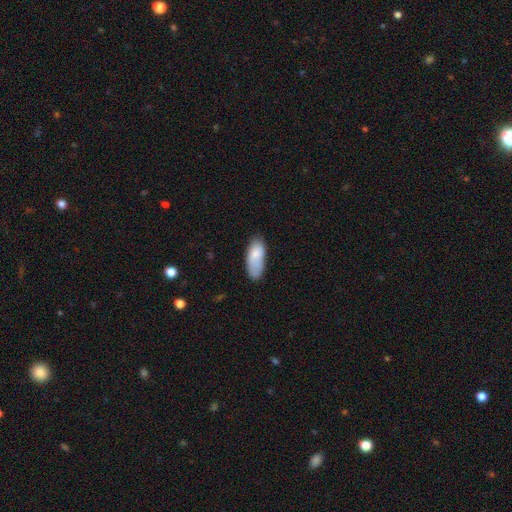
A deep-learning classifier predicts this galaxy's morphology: Smooth or featured? Predicted: smooth (p=0.80). How rounded? Predicted: in between (p=0.85). Merging? Predicted: none (p=0.59).